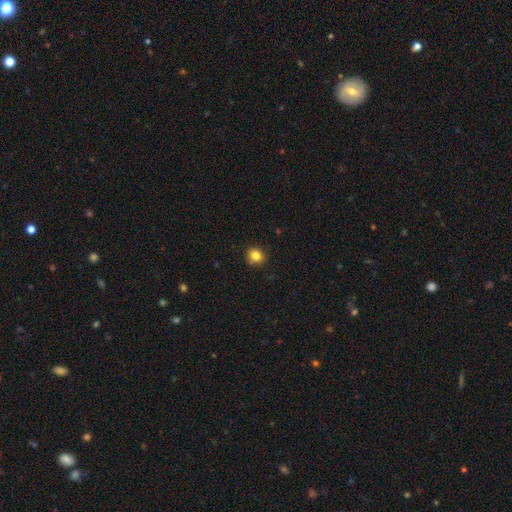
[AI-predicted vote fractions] A smooth galaxy with no disk features (83%) that is round (77%).

Vote fractions:
- Smooth or featured? smooth: 83% / star or artifact: 11% / featured or disk: 5%
- How rounded? round: 77% / in between: 22% / cigar-shaped: 1%
- Merging? none: 89% / minor disturbance: 8% / major disturbance: 2% / merger: 1%